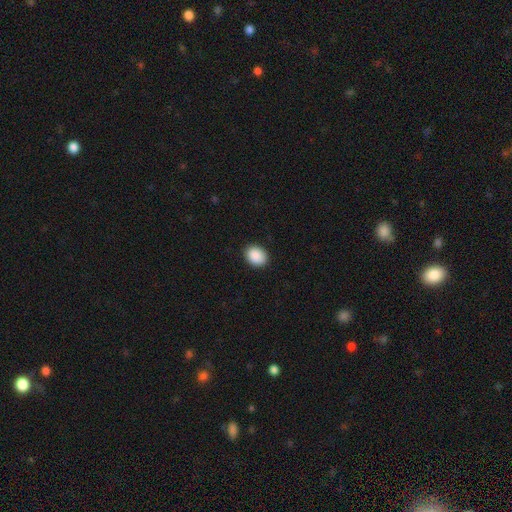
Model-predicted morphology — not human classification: This appears to be a smooth galaxy with no disk features (90%) that is in between round and cigar-shaped (59%). Merging: none (90%).